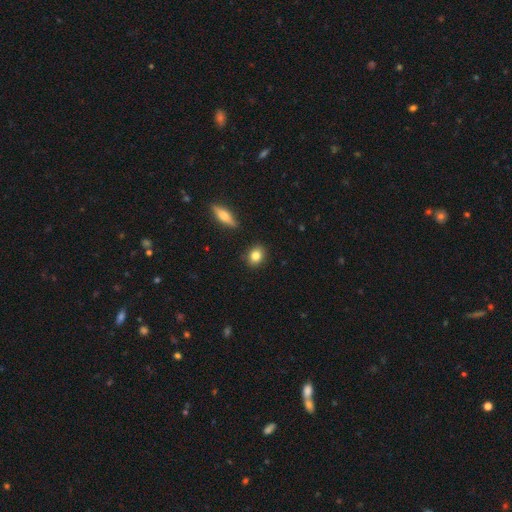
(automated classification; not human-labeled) This is clearly a smooth galaxy (82%). How rounded: possibly in between (50%). Merging: clearly none (88%).